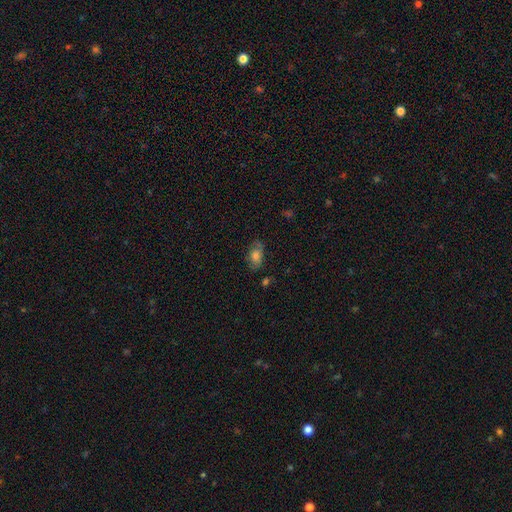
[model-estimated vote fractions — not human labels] Morphology: type=smooth (65%); roundness=in between (87%); merging=none (69%).